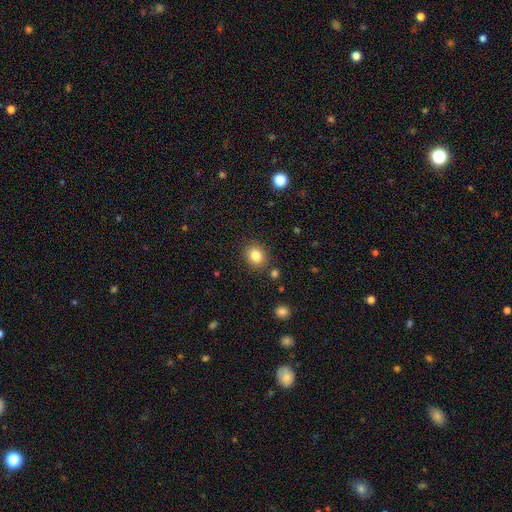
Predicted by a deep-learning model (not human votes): Morphology: type=smooth (83%); roundness=round (67%); merging=none (86%).